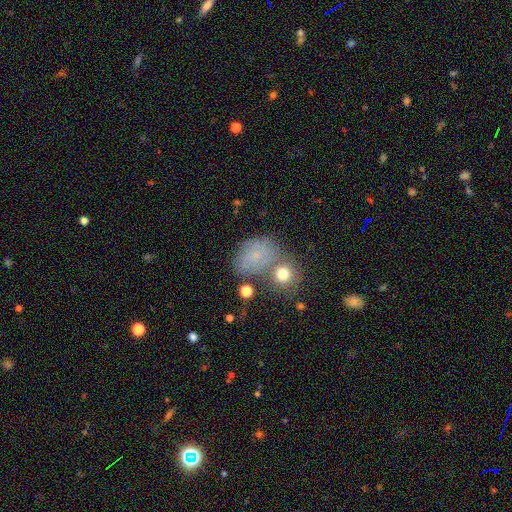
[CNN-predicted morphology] A featured or disk galaxy (45%). Merging: none (54%).